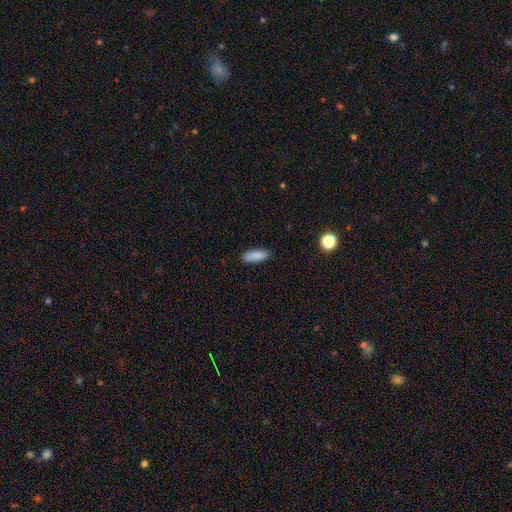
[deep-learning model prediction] This appears to be a smooth galaxy with no disk features (88%) that is in between round and cigar-shaped (63%). Merging: none (88%).